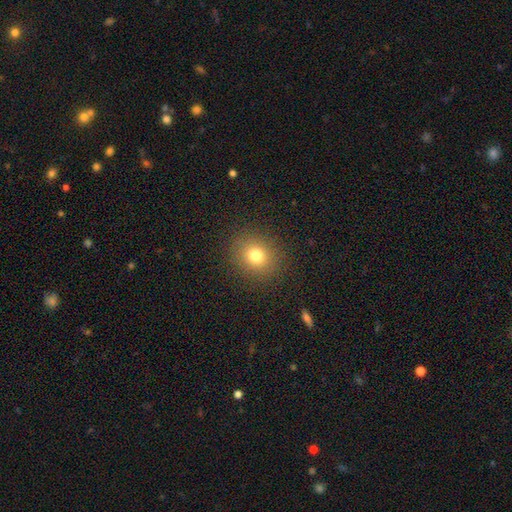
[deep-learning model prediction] smooth 77%, star or artifact 14%, featured or disk 9%. Down the decision tree: how rounded — round (76%); merging — none (89%).